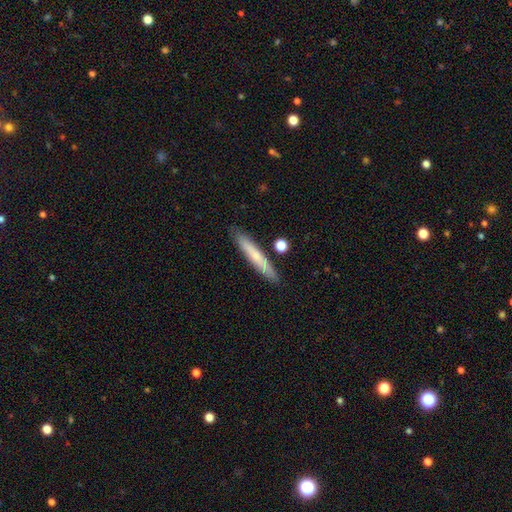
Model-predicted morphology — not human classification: Smooth or featured: smooth — 62% (featured or disk — 31%)
How rounded: cigar-shaped — 93% (in between — 5%)
Merging: none — 85% (minor disturbance — 10%)